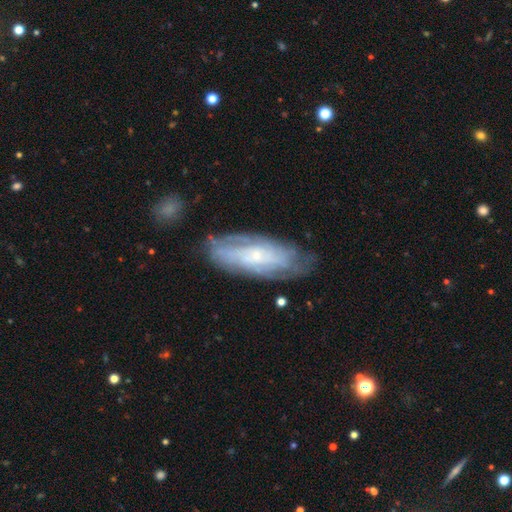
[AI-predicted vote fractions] smooth_or_featured: featured or disk (p=0.67) [alt: smooth p=0.26]
disk_edge_on: no (p=0.84) [alt: yes p=0.16]
bar: no (p=0.69) [alt: weak p=0.24]
has_spiral_arms: yes (p=0.81) [alt: no p=0.19]
bulge_size: small (p=0.73) [alt: moderate p=0.20]
merging: none (p=0.72) [alt: minor disturbance p=0.19]